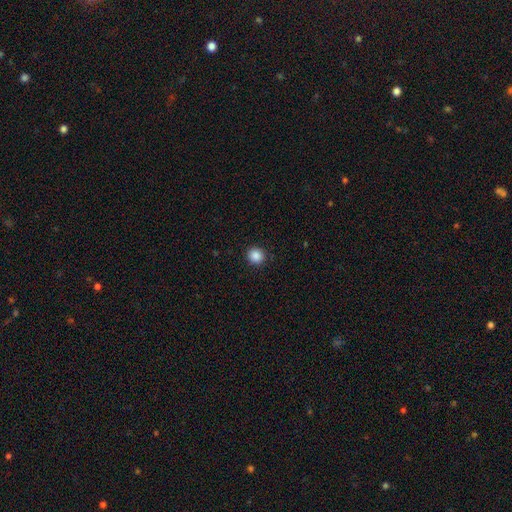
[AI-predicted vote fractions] This appears to be a smooth galaxy with no disk features (87%) that is round (90%). Merging: none (91%).